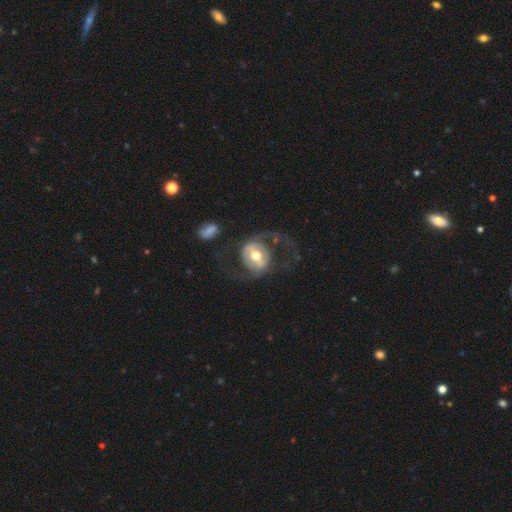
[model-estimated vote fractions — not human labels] This is likely a featured or disk galaxy (74%). It is clearly not viewed edge-on (96%). Bar: marginally weak (36%). Spiral arm pattern: likely yes (67%). Central bulge: likely moderate (74%). Merging: possibly none (59%).